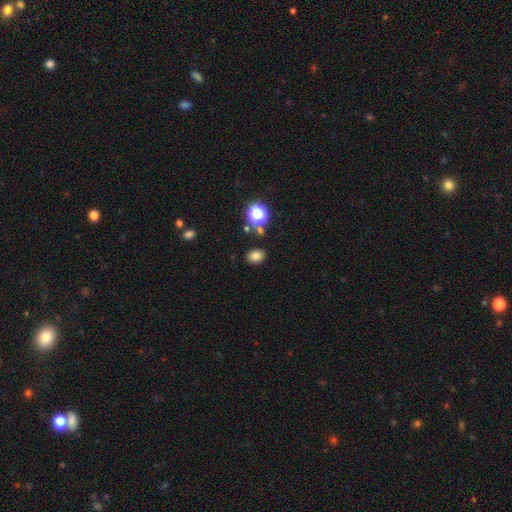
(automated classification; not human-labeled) This is likely a smooth galaxy (77%). How rounded: possibly in between (56%). Merging: clearly none (83%).